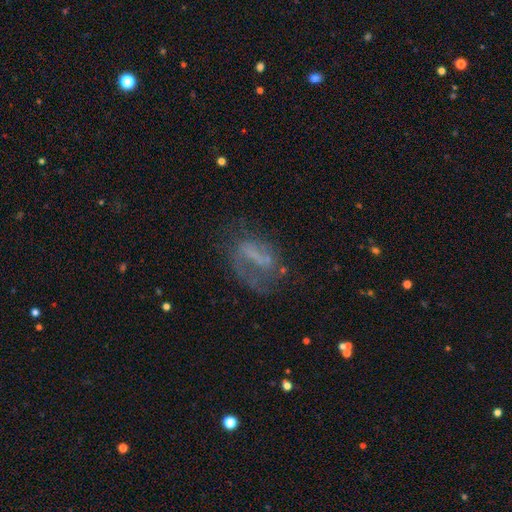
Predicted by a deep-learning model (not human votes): smooth_or_featured: featured or disk (p=0.58) [alt: smooth p=0.27]
disk_edge_on: no (p=0.95) [alt: yes p=0.05]
bar: no (p=0.42) [alt: weak p=0.33]
has_spiral_arms: yes (p=0.57) [alt: no p=0.43]
bulge_size: none (p=0.64) [alt: small p=0.19]
merging: none (p=0.43) [alt: major disturbance p=0.32]